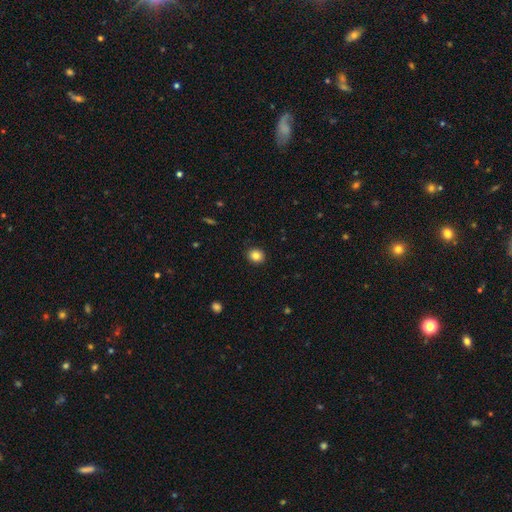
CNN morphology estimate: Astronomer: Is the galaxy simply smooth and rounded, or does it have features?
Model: smooth — 83%.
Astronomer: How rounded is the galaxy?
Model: round — 78%.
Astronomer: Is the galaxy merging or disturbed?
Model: none — 91%.